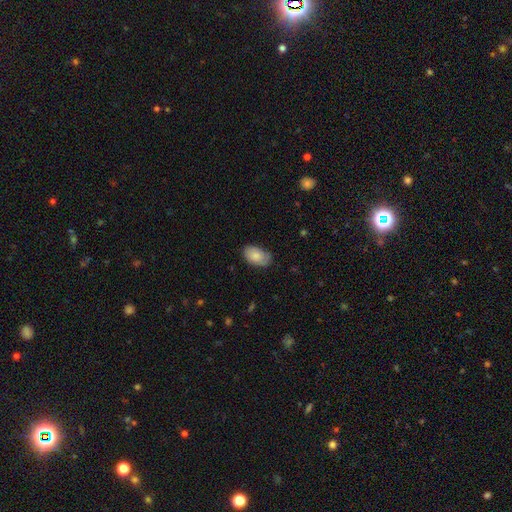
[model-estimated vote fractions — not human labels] This appears to be a smooth galaxy with no disk features (80%) that is in between round and cigar-shaped (93%). Merging: none (76%).